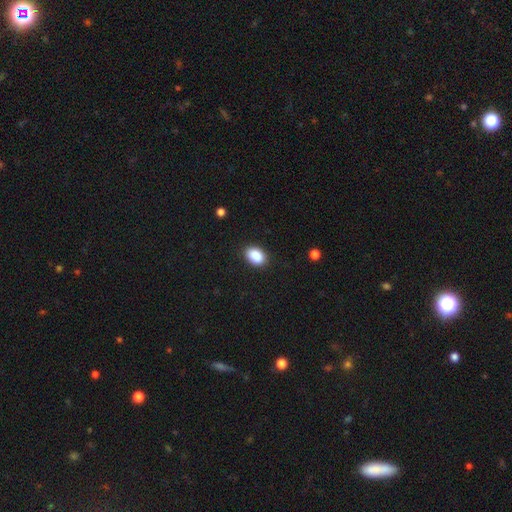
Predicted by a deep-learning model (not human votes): smooth_or_featured: smooth (p=0.89) [alt: star or artifact p=0.08]
how_rounded: in between (p=0.85) [alt: round p=0.14]
merging: none (p=0.88) [alt: minor disturbance p=0.09]